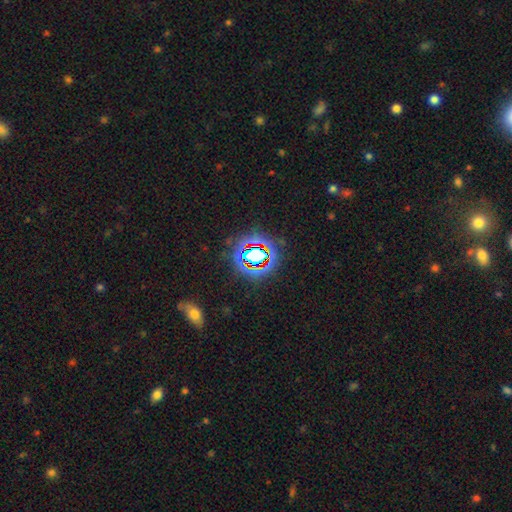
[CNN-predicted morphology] Smooth or featured? Predicted: star or artifact (p=0.68).